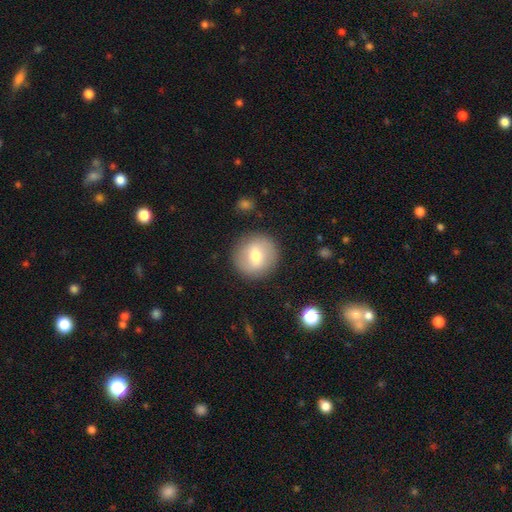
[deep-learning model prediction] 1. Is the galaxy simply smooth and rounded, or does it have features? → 63% smooth, 29% featured or disk, 8% star or artifact.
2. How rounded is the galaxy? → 92% round, 7% in between, 1% cigar-shaped.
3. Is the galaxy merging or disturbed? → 88% none, 8% minor disturbance, 3% major disturbance, 1% merger.